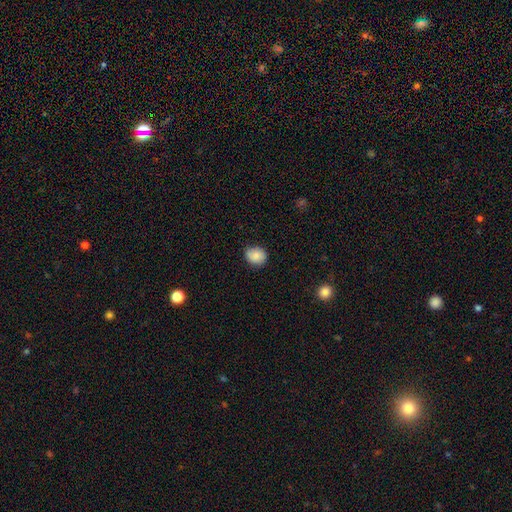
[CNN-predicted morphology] smooth 85%, star or artifact 8%, featured or disk 7%. Down the decision tree: how rounded — round (68%); merging — none (78%).